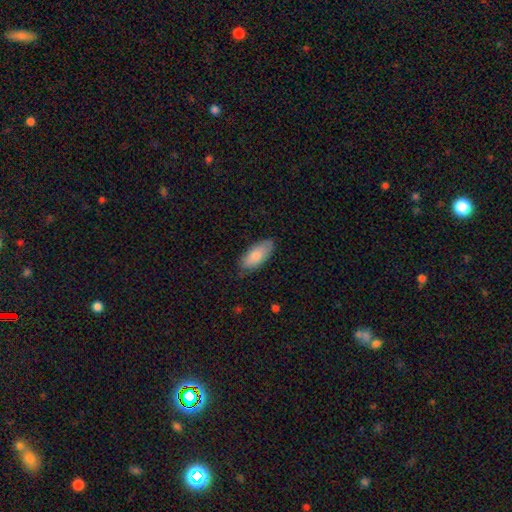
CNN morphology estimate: This is clearly a smooth galaxy (82%). How rounded: clearly in between (88%). Merging: likely none (77%).